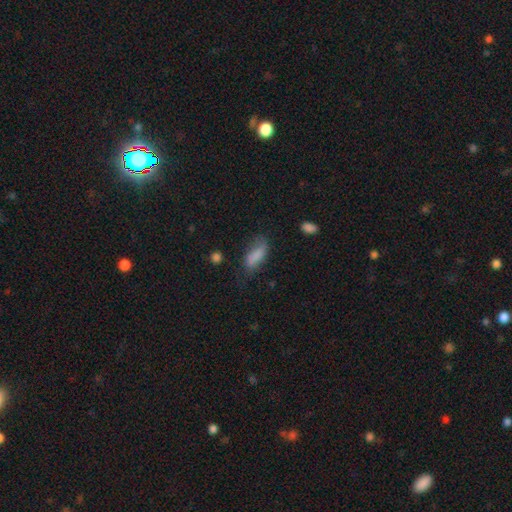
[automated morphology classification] Smooth or featured? Predicted: smooth (p=0.75). How rounded? Predicted: in between (p=0.78). Merging? Predicted: none (p=0.51).